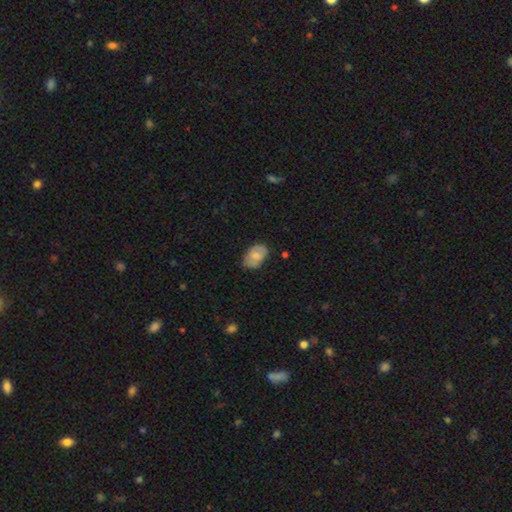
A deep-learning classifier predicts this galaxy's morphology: A smooth galaxy with no disk features (70%) that is in between round and cigar-shaped (88%).

Vote fractions:
- Smooth or featured? smooth: 70% / featured or disk: 23% / star or artifact: 7%
- How rounded? in between: 88% / round: 10% / cigar-shaped: 1%
- Merging? none: 71% / minor disturbance: 23% / major disturbance: 5% / merger: 2%